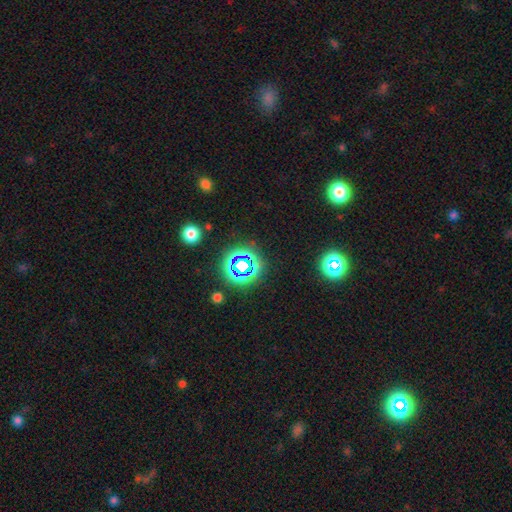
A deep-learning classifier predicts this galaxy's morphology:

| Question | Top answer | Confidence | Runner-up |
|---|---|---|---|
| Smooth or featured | star or artifact | 52% | smooth (41%) |